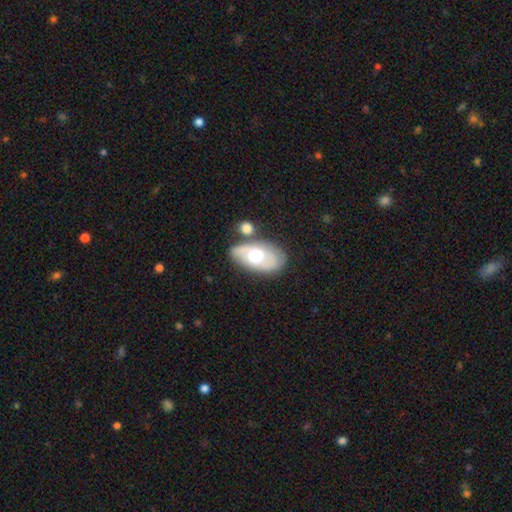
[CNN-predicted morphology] Smooth or featured: featured or disk — 50% (smooth — 43%)
Edge-on disk: no — 84% (yes — 16%)
Merging: none — 63% (minor disturbance — 17%)